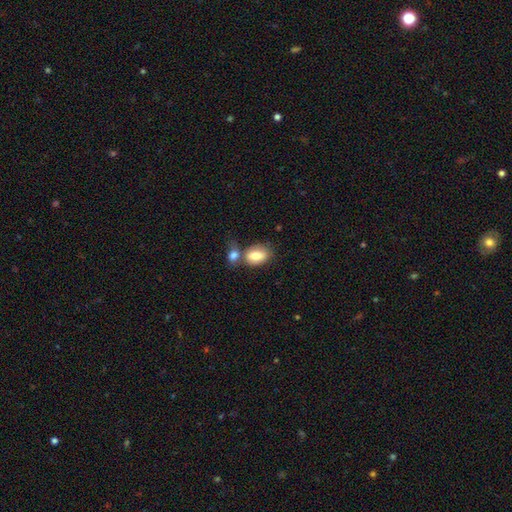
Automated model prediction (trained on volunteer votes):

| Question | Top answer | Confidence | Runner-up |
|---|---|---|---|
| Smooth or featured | smooth | 79% | featured or disk (14%) |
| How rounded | in between | 81% | round (17%) |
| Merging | merger | 45% | none (38%) |